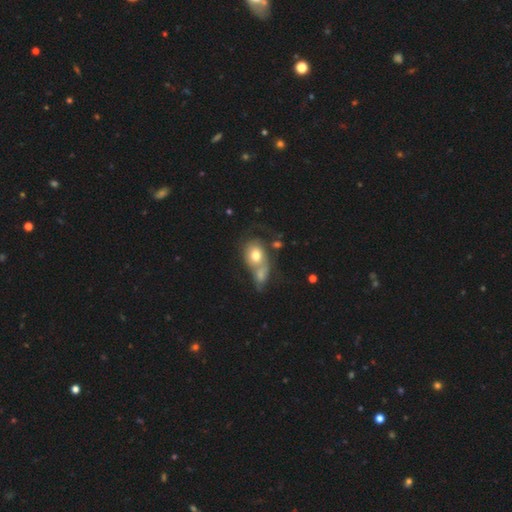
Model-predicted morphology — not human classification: This appears to be a smooth galaxy with no disk features (66%) that is in between round and cigar-shaped (57%). Merging: merger (60%).